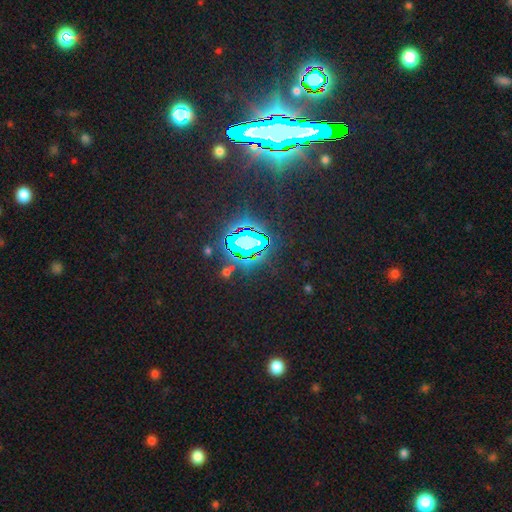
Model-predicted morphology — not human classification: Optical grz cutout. It shows a star or artifact, not a galaxy (81%).